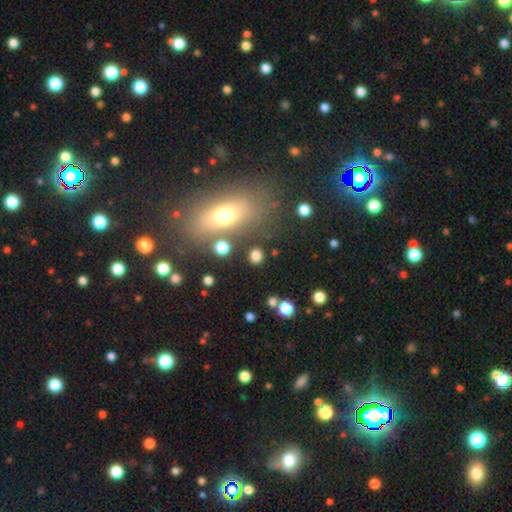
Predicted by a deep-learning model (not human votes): smooth_or_featured: smooth (p=0.78) [alt: star or artifact p=0.15]
how_rounded: round (p=0.79) [alt: in between p=0.19]
merging: none (p=0.84) [alt: minor disturbance p=0.08]